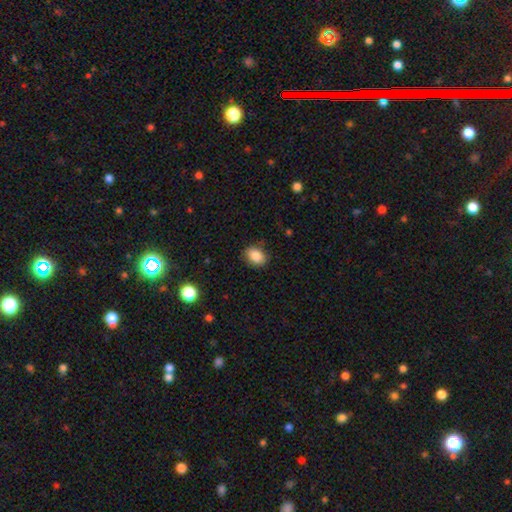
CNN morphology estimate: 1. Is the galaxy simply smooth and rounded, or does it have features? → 86% smooth, 9% star or artifact, 5% featured or disk.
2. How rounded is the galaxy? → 67% in between, 31% round, 1% cigar-shaped.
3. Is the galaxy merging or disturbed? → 82% none, 13% minor disturbance, 3% major disturbance, 1% merger.